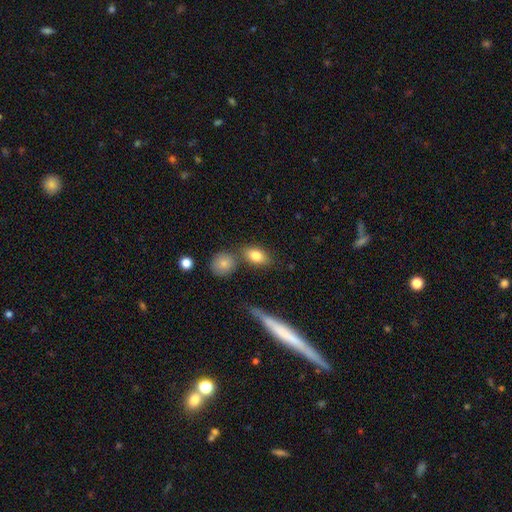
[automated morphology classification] smooth 81%, featured or disk 11%, star or artifact 8%. Down the decision tree: how rounded — in between (83%); merging — none (67%).